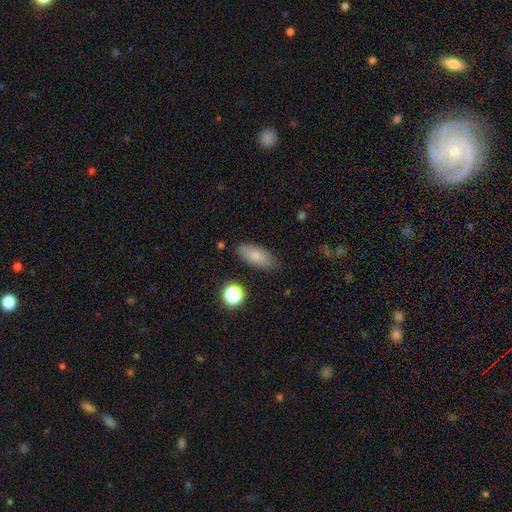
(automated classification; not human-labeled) Smooth or featured: smooth — 79% (featured or disk — 13%)
How rounded: in between — 83% (cigar-shaped — 13%)
Merging: none — 81% (minor disturbance — 14%)